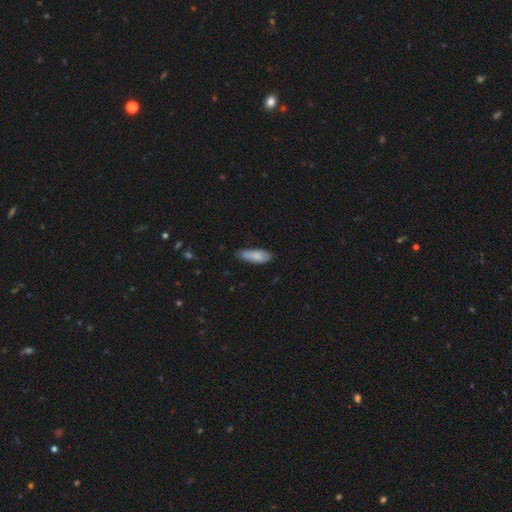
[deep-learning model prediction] smooth_or_featured: smooth (p=0.79) [alt: featured or disk p=0.15]
how_rounded: in between (p=0.67) [alt: cigar-shaped p=0.31]
merging: none (p=0.58) [alt: minor disturbance p=0.34]